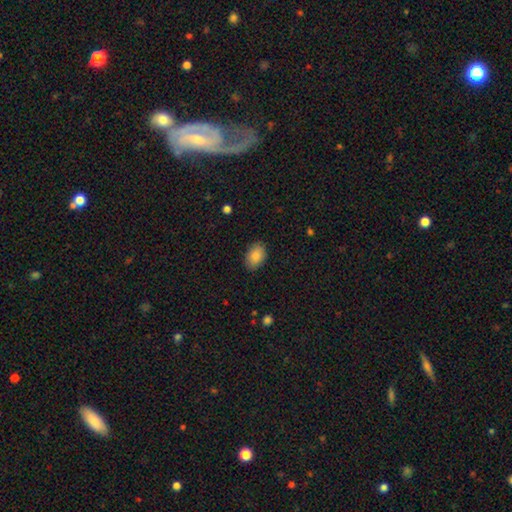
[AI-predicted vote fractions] Smooth or featured? smooth (87%)
How rounded? in between (84%)
Merging? none (86%)